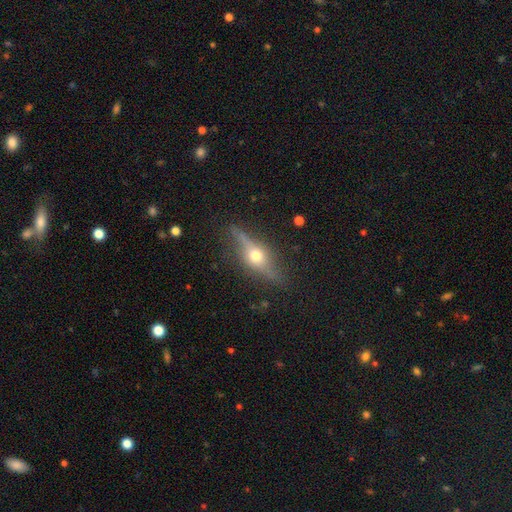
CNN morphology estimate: A featured or disk galaxy (67%) viewed edge-on (89%) with a rounded central bulge (96%). Merging: none (79%).